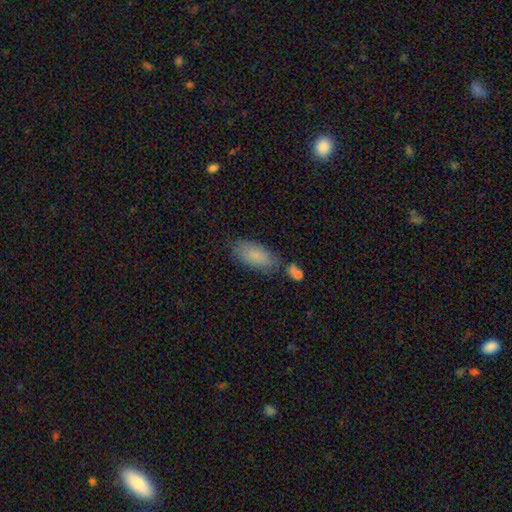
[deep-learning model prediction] Morphology: type=smooth (83%); roundness=in between (85%); merging=none (69%).